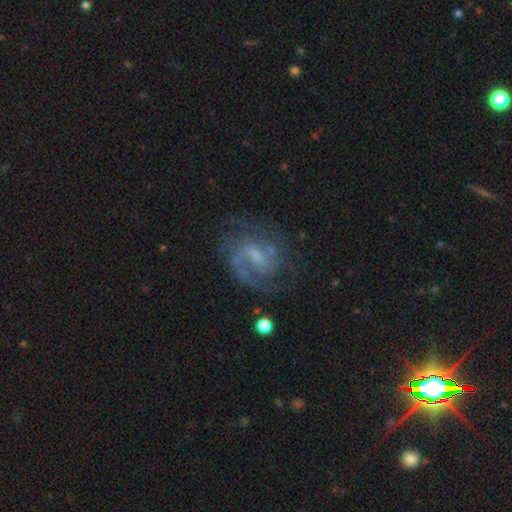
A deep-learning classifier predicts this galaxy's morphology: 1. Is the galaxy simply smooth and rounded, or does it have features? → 87% featured or disk, 7% smooth, 7% star or artifact.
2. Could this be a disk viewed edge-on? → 98% no, 2% yes.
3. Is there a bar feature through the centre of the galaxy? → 59% weak, 23% no, 18% strong.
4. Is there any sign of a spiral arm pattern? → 96% yes, 4% no.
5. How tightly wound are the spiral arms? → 53% medium, 29% tight, 18% loose.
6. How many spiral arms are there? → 66% 2, 11% 1, 10% can't tell, 7% 3, 2% 4, 2% more than 4.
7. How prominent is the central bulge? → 56% small, 22% moderate, 20% none, 2% large, 1% dominant.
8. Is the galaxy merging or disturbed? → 68% none, 17% minor disturbance, 13% major disturbance, 2% merger.